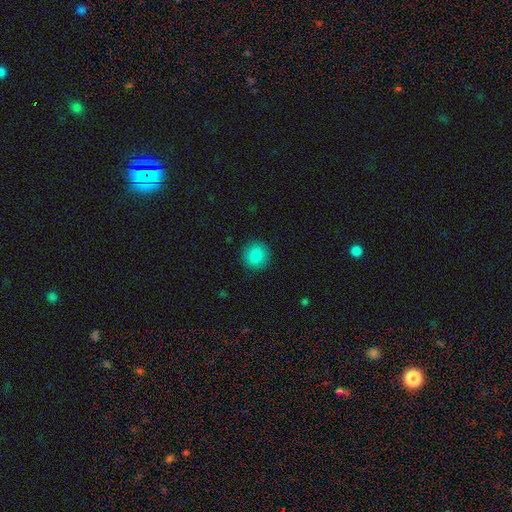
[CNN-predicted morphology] A smooth galaxy with no disk features (86%) that is round (94%). Merging: none (91%).